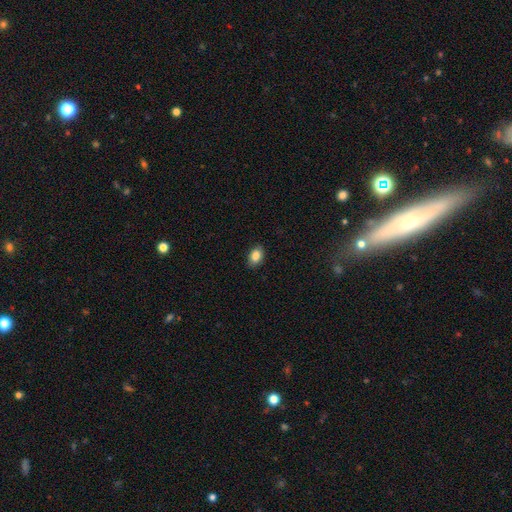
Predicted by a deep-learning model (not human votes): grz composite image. It shows a smooth galaxy with no disk features (86%) that is in between round and cigar-shaped (85%). Merging: none (88%).